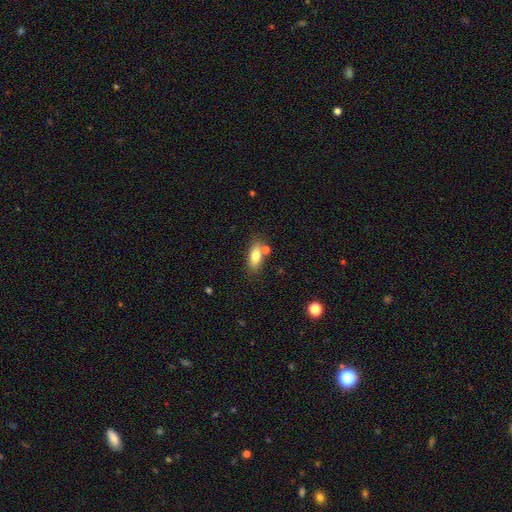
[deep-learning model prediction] This appears to be a smooth galaxy with no disk features (77%) that is in between round and cigar-shaped (82%). Merging: none (66%).